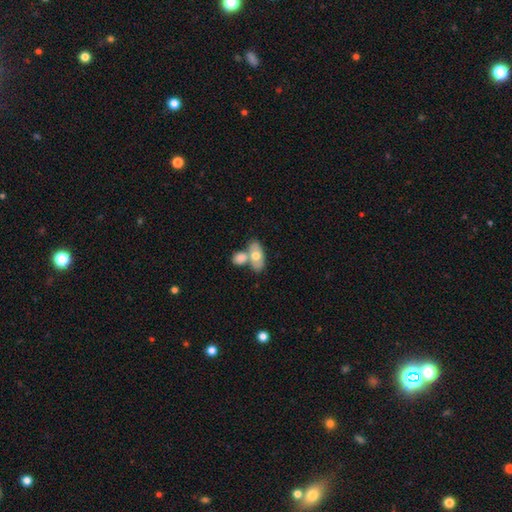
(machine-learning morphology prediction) Smooth or featured? smooth (63%)
How rounded? in between (86%)
Merging? merger (45%)